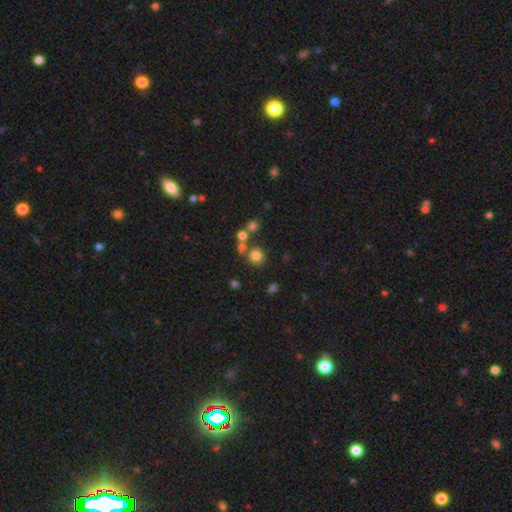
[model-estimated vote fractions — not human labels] The model was most divided on "merging": none: 67%, merger: 19%, minor disturbance: 10%, major disturbance: 5%. More confident: how rounded — round (88%); smooth or featured — smooth (75%).